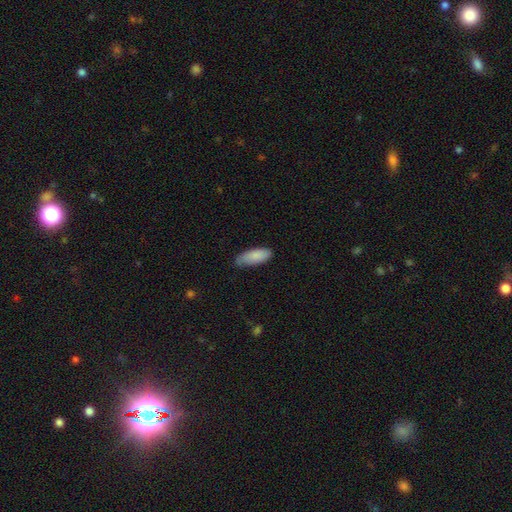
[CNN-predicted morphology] smooth-or-featured: smooth: 86% | featured or disk: 9% | star or artifact: 6%
  how-rounded: in between: 80% | cigar-shaped: 18% | round: 2%
  merging: none: 64% | minor disturbance: 30% | major disturbance: 4% | merger: 1%